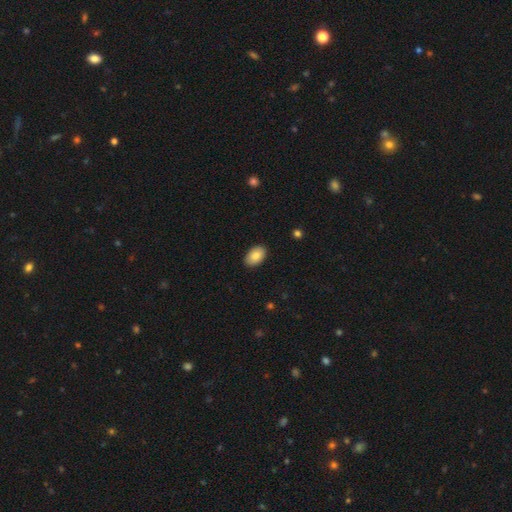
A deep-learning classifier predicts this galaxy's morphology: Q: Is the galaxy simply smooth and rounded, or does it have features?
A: smooth — 84%.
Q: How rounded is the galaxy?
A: in between — 92%.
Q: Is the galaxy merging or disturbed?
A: none — 88%.